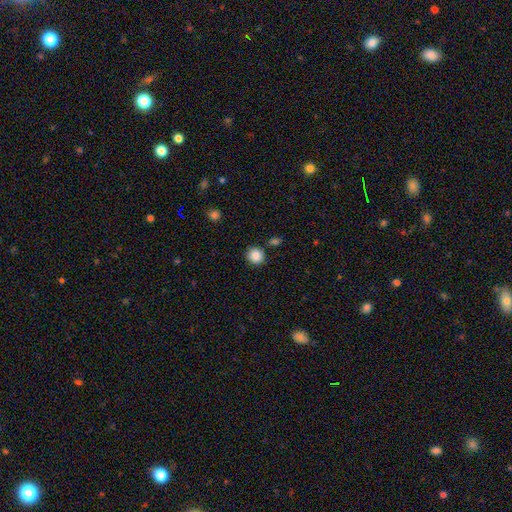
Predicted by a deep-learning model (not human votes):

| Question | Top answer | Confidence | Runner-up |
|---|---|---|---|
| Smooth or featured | smooth | 87% | star or artifact (9%) |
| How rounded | round | 87% | in between (12%) |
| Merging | none | 84% | minor disturbance (8%) |